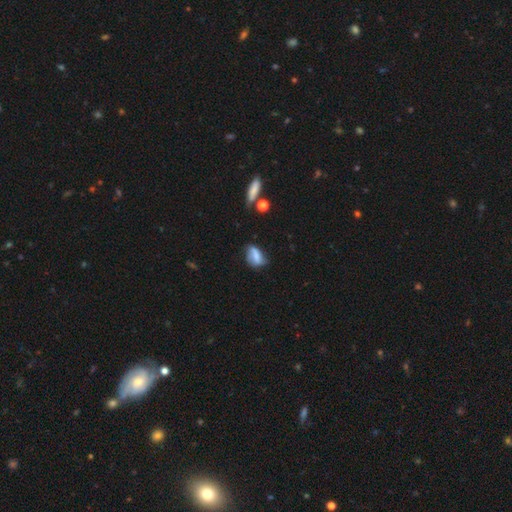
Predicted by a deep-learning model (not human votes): smooth_or_featured: smooth (p=0.61) [alt: featured or disk p=0.29]
how_rounded: in between (p=0.82) [alt: round p=0.11]
merging: none (p=0.48) [alt: minor disturbance p=0.34]